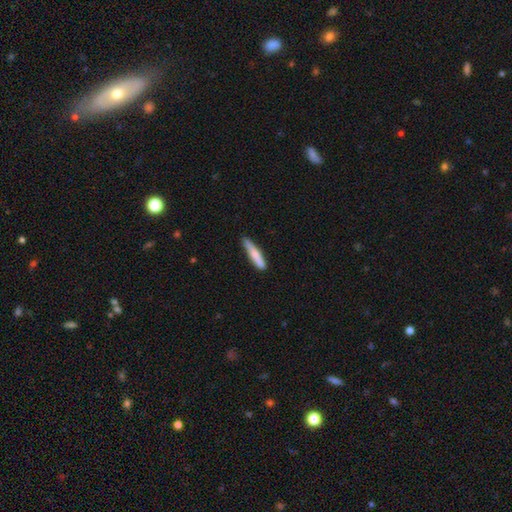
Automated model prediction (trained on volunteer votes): smooth 70%, featured or disk 25%, star or artifact 5%. Down the decision tree: how rounded — cigar-shaped (90%); merging — none (81%).